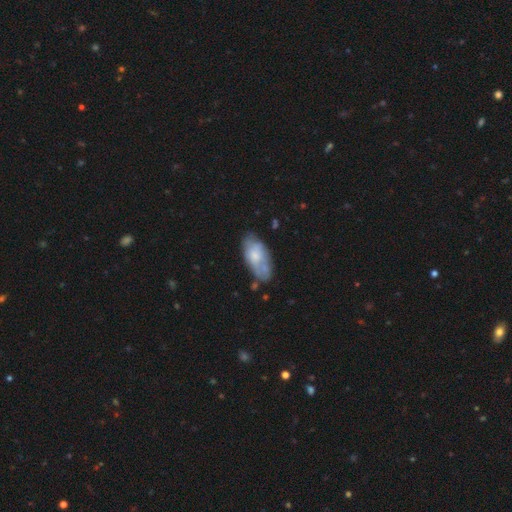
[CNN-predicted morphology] Overall: smooth (57%; featured or disk 36%). How rounded: in between (90%). Merging: none (58%; minor disturbance 28%).